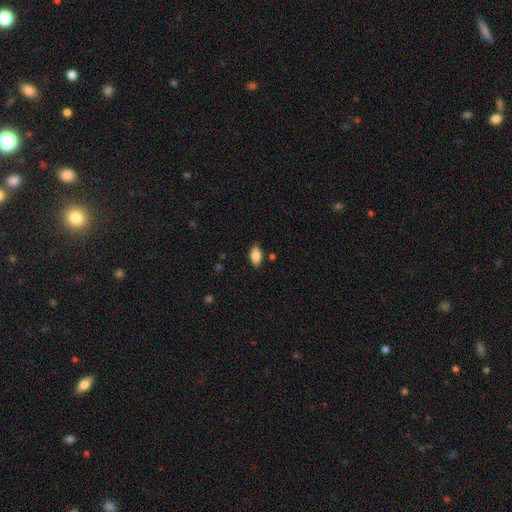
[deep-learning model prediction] The model was most divided on "merging": none: 86%, minor disturbance: 10%, major disturbance: 2%, merger: 2%. More confident: how rounded — in between (92%); smooth or featured — smooth (85%).